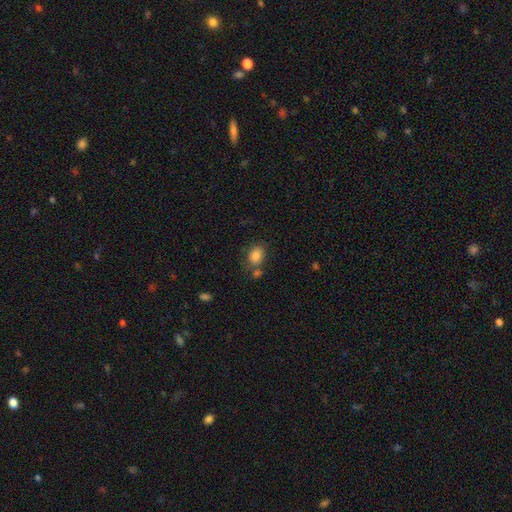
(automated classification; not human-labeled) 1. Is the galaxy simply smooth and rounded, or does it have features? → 84% smooth, 9% star or artifact, 6% featured or disk.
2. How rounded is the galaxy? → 71% in between, 28% round, 1% cigar-shaped.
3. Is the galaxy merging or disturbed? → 62% none, 16% minor disturbance, 16% merger, 6% major disturbance.